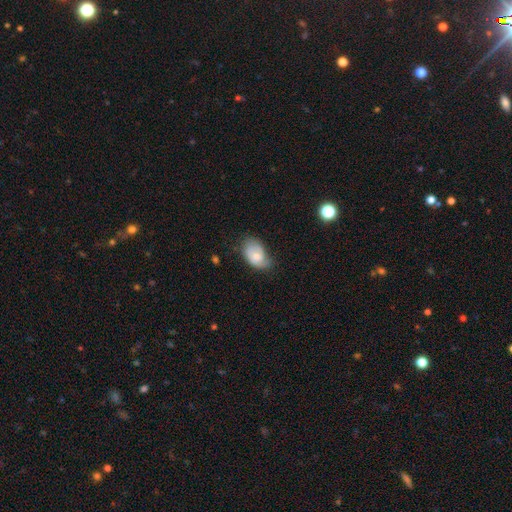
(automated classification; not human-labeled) Morphology: type=smooth (62%); roundness=in between (88%); merging=none (50%).